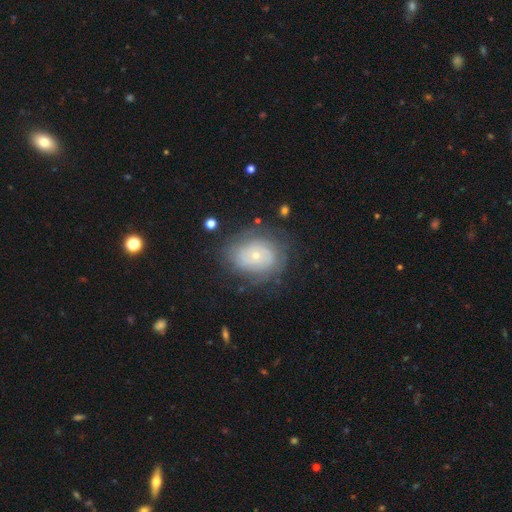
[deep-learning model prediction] smooth_or_featured: featured or disk (p=0.65) [alt: smooth p=0.27]
disk_edge_on: no (p=0.97) [alt: yes p=0.03]
bar: no (p=0.83) [alt: weak p=0.14]
has_spiral_arms: yes (p=0.77) [alt: no p=0.23]
bulge_size: small (p=0.74) [alt: moderate p=0.22]
merging: none (p=0.70) [alt: minor disturbance p=0.18]